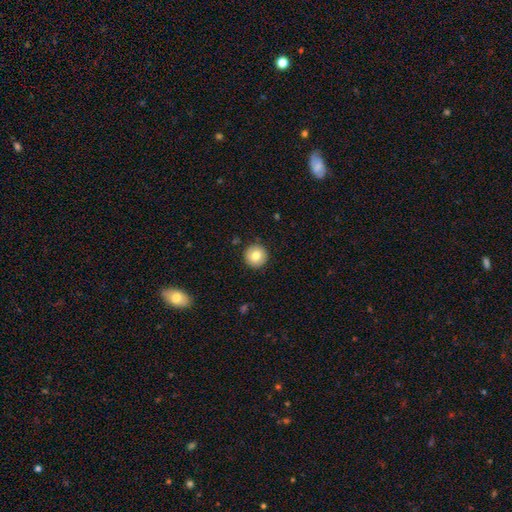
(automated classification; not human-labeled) Smooth or featured?
  - smooth: 80% *
  - featured or disk: 12%
  - star or artifact: 8%
How rounded?
  - round: 95% *
  - in between: 4%
  - cigar-shaped: 1%
Merging?
  - none: 91% *
  - minor disturbance: 6%
  - major disturbance: 2%
  - merger: 1%